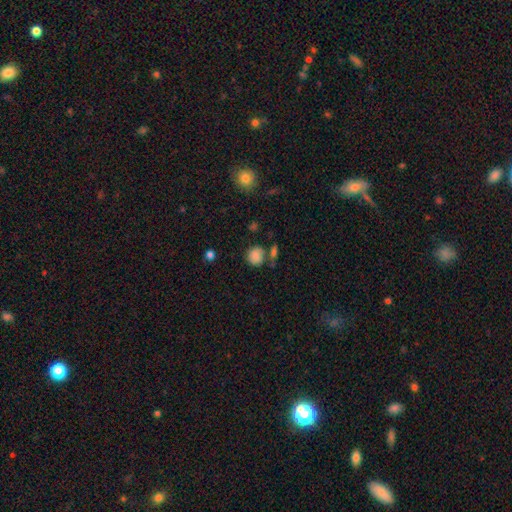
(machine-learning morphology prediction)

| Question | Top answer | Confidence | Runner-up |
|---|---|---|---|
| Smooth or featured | smooth | 82% | star or artifact (11%) |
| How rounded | round | 81% | in between (18%) |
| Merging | none | 62% | minor disturbance (17%) |